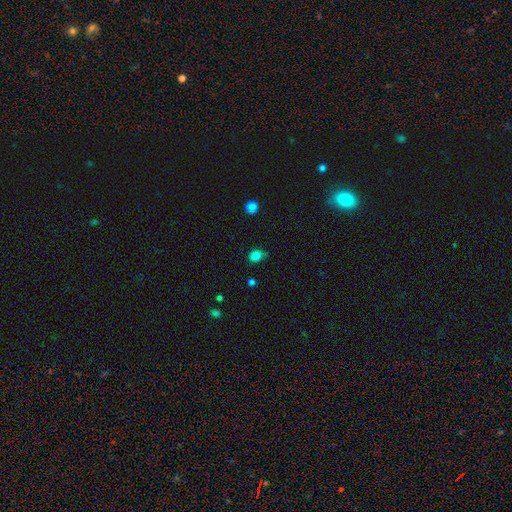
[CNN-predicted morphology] Smooth or featured? Predicted: smooth (p=0.82). How rounded? Predicted: round (p=0.54). Merging? Predicted: none (p=0.67).